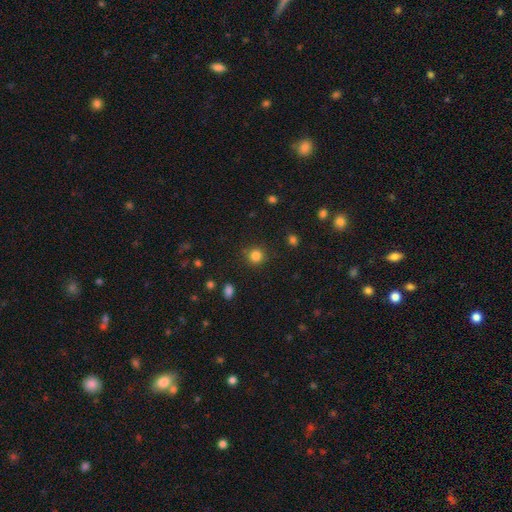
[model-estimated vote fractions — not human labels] The model was most divided on "smooth or featured": smooth: 83%, star or artifact: 13%, featured or disk: 4%. More confident: how rounded — round (92%); merging — none (88%).